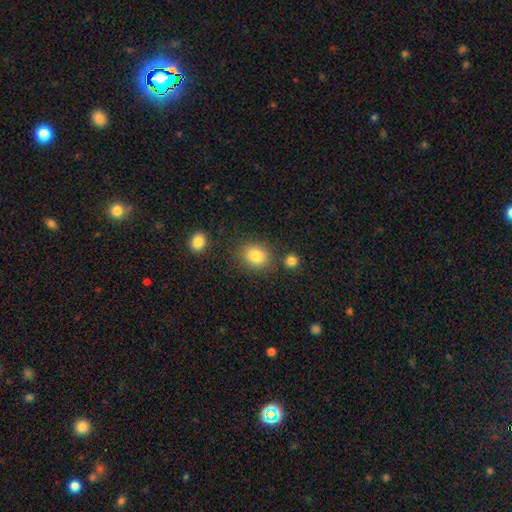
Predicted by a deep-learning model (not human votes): smooth-or-featured: smooth: 85% | star or artifact: 9% | featured or disk: 6%
  how-rounded: round: 51% | in between: 48% | cigar-shaped: 1%
  merging: none: 78% | minor disturbance: 11% | merger: 7% | major disturbance: 4%